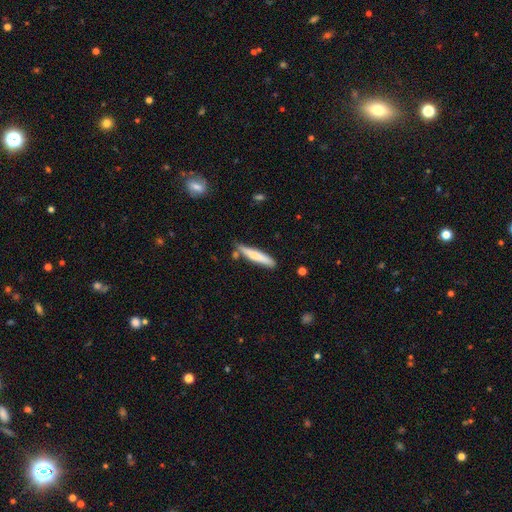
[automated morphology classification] type=smooth (67%); roundness=cigar-shaped (90%); merging=none (76%).